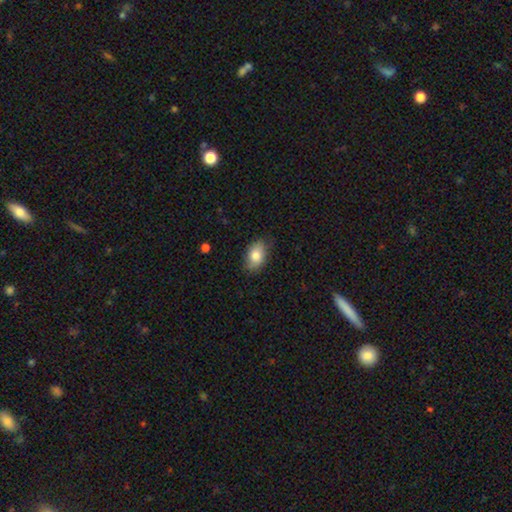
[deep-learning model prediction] A smooth galaxy with no disk features (80%) that is in between round and cigar-shaped (88%).

Vote fractions:
- Smooth or featured? smooth: 80% / featured or disk: 13% / star or artifact: 7%
- How rounded? in between: 88% / round: 10% / cigar-shaped: 2%
- Merging? none: 78% / minor disturbance: 18% / major disturbance: 3% / merger: 1%